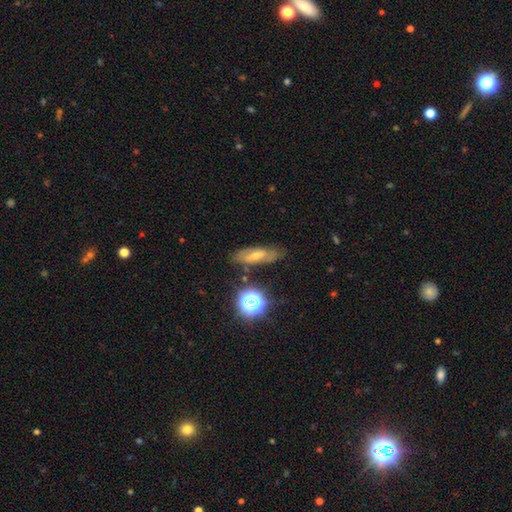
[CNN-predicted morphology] smooth_or_featured: featured or disk (p=0.47) [alt: smooth p=0.31]
merging: none (p=0.77) [alt: minor disturbance p=0.15]